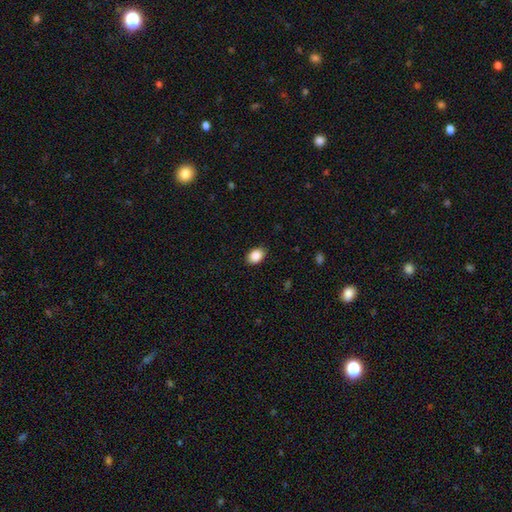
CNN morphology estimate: Smooth or featured? Predicted: smooth (p=0.88). How rounded? Predicted: in between (p=0.81). Merging? Predicted: none (p=0.88).